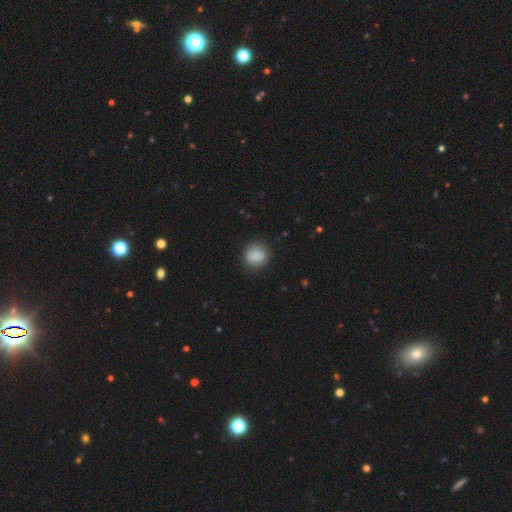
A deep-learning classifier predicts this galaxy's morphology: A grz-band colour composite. It shows a smooth galaxy with no disk features (87%) that is round (87%). Merging: none (86%).